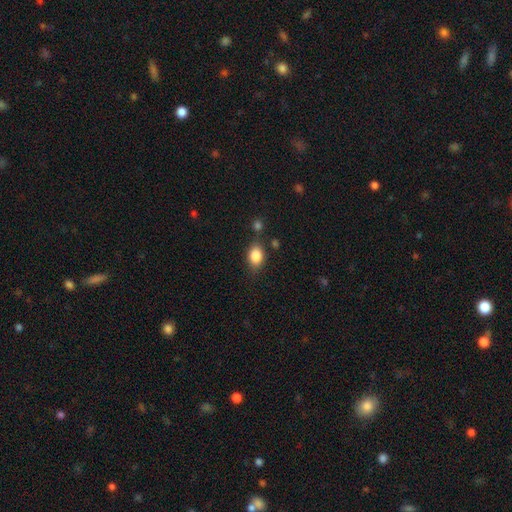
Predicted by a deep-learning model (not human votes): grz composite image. It shows a smooth galaxy with no disk features (84%) that is in between round and cigar-shaped (72%). Merging: none (73%).